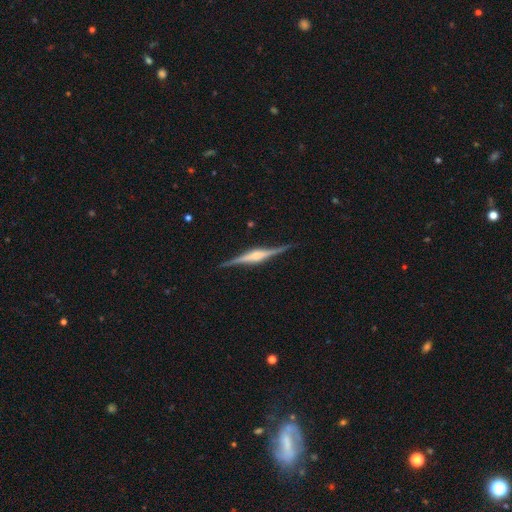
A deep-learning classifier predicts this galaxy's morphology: Smooth or featured? featured or disk (84%)
Edge-on disk? yes (98%)
Edge-on bulge? rounded (64%)
Merging? none (88%)